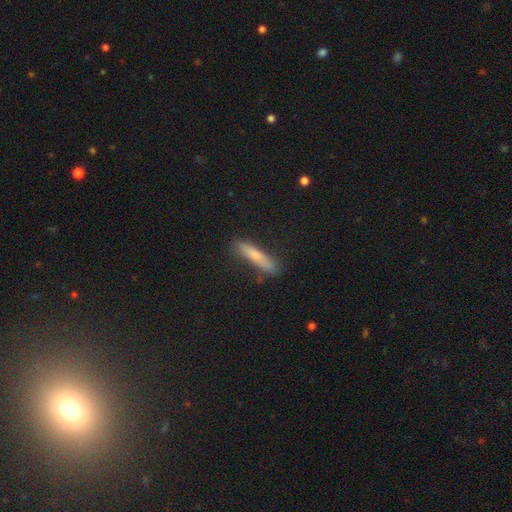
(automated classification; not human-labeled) A smooth galaxy with no disk features (70%) that is cigar-shaped (89%). Merging: none (82%).